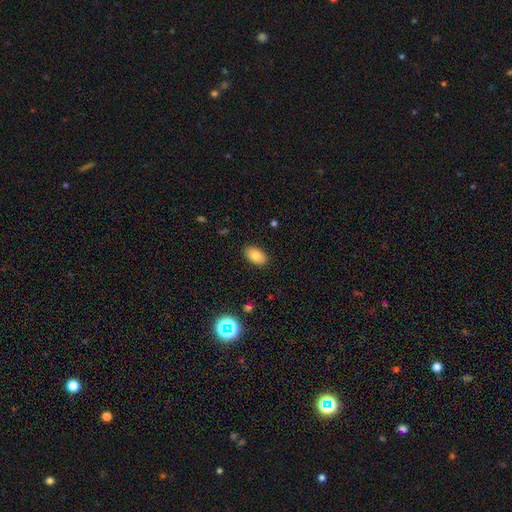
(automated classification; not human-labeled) Smooth or featured? Predicted: smooth (p=0.83). How rounded? Predicted: in between (p=0.92). Merging? Predicted: none (p=0.88).